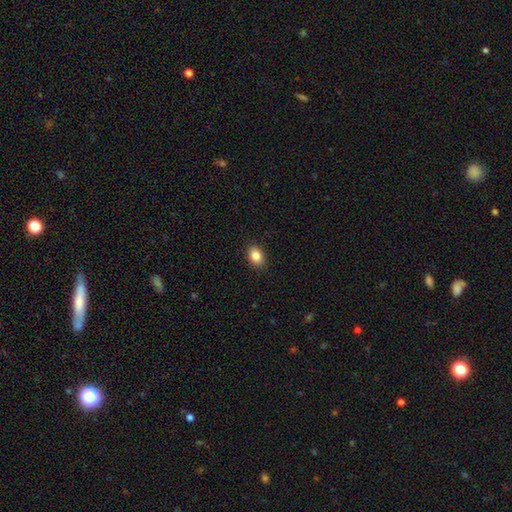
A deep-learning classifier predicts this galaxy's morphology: Smooth or featured? Predicted: smooth (p=0.86). How rounded? Predicted: in between (p=0.77). Merging? Predicted: none (p=0.89).